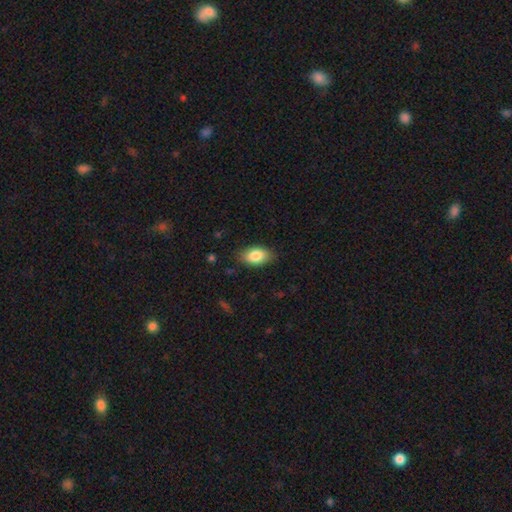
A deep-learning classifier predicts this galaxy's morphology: type=smooth (84%); roundness=in between (92%); merging=none (83%).